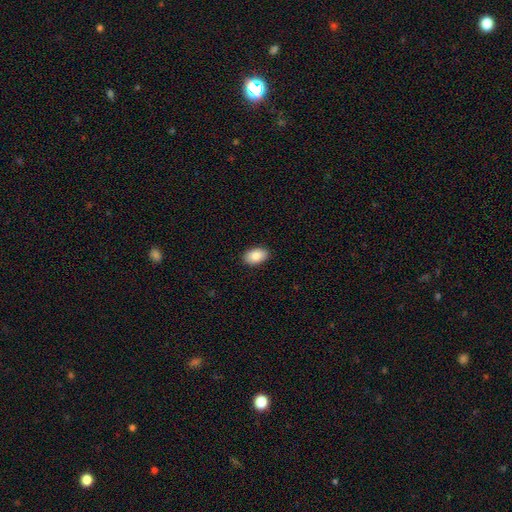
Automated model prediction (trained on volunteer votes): Morphology: type=smooth (87%); roundness=in between (92%); merging=none (89%).